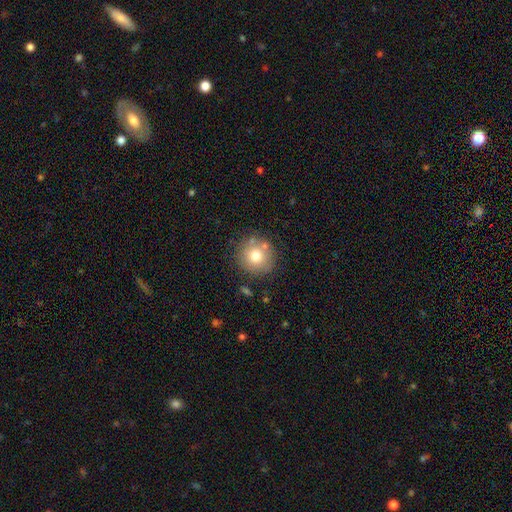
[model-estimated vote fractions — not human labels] The model was most divided on "smooth or featured": smooth: 74%, featured or disk: 15%, star or artifact: 11%. More confident: how rounded — round (92%); merging — none (78%).